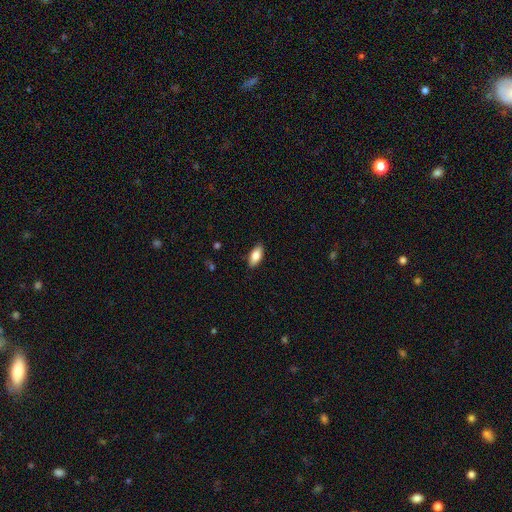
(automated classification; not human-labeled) smooth 81%, featured or disk 12%, star or artifact 6%. Down the decision tree: how rounded — in between (85%); merging — none (87%).